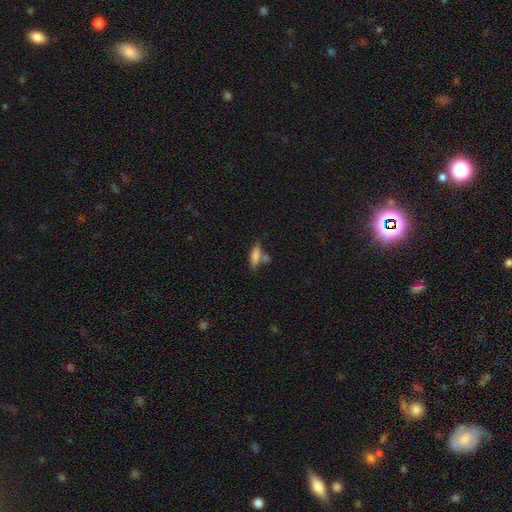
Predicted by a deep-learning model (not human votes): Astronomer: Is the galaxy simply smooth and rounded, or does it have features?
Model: smooth — 70%.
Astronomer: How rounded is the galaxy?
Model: cigar-shaped — 55% (runner-up: in between, 43%).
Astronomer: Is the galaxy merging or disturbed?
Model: none — 50% (runner-up: merger, 27%).